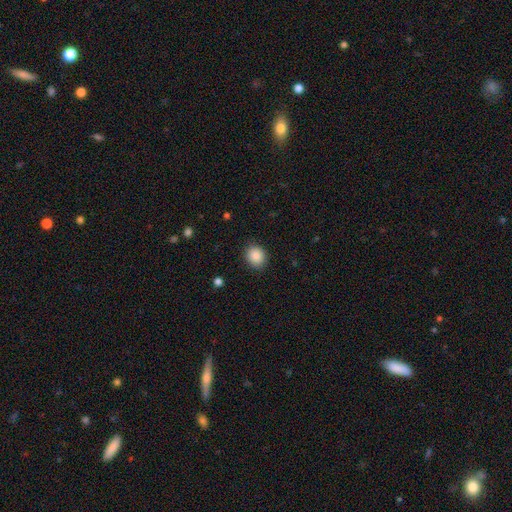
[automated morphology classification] smooth_or_featured: smooth (p=0.88) [alt: star or artifact p=0.09]
how_rounded: round (p=0.73) [alt: in between p=0.26]
merging: none (p=0.89) [alt: minor disturbance p=0.08]